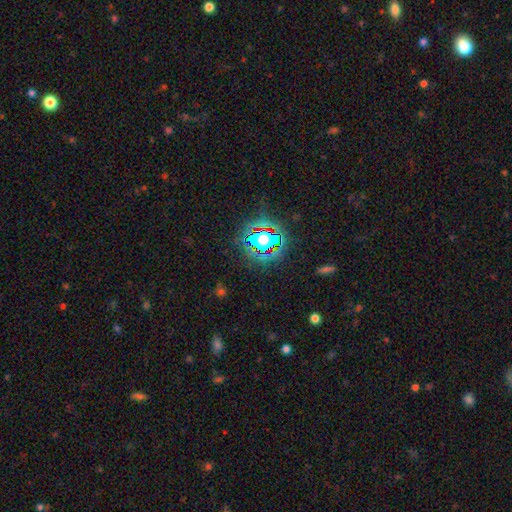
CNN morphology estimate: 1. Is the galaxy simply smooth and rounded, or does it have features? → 79% star or artifact, 13% smooth, 7% featured or disk.